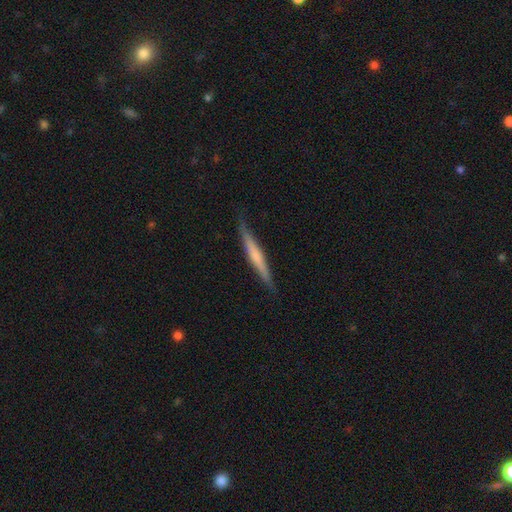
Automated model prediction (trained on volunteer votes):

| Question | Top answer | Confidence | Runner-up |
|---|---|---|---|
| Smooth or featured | featured or disk | 51% | smooth (43%) |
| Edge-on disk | yes | 97% | no (3%) |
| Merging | none | 87% | minor disturbance (11%) |